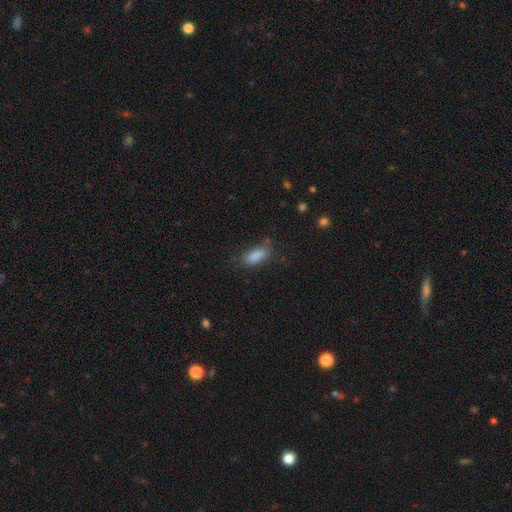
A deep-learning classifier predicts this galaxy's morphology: A smooth galaxy with no disk features (85%) that is in between round and cigar-shaped (81%). Merging: none (71%).